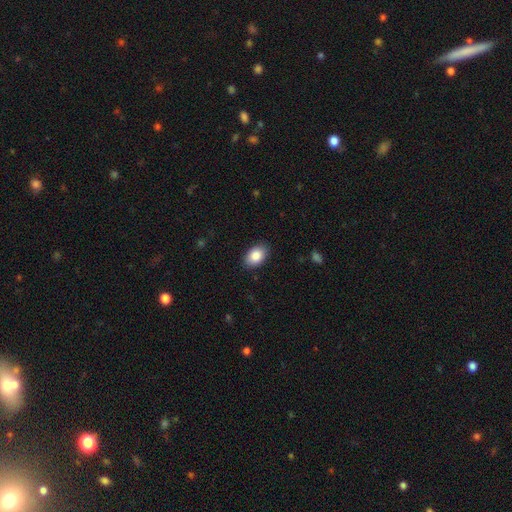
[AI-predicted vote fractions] Smooth or featured: smooth — 87% (star or artifact — 7%)
How rounded: in between — 88% (round — 11%)
Merging: none — 87% (minor disturbance — 9%)